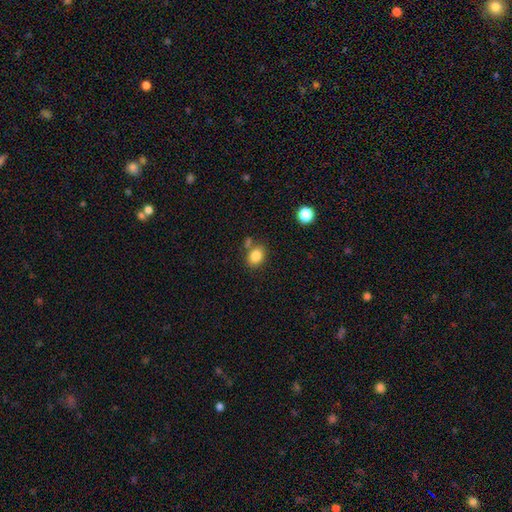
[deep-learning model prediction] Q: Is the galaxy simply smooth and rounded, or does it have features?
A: smooth — 84%.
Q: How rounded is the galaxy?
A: in between — 59%.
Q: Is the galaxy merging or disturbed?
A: none — 68%.